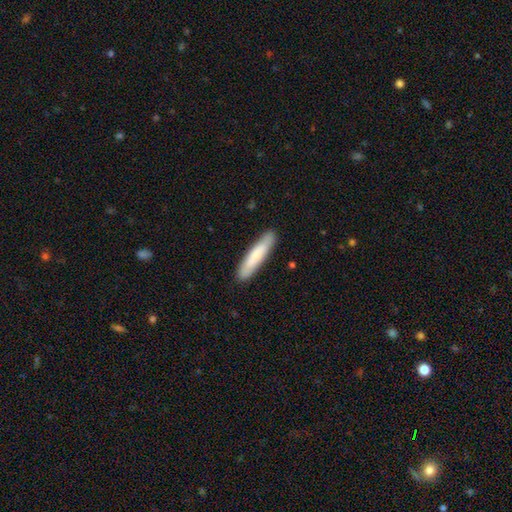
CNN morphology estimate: The model was most divided on "smooth or featured": smooth: 74%, featured or disk: 21%, star or artifact: 5%. More confident: merging — none (88%); how rounded — cigar-shaped (85%).